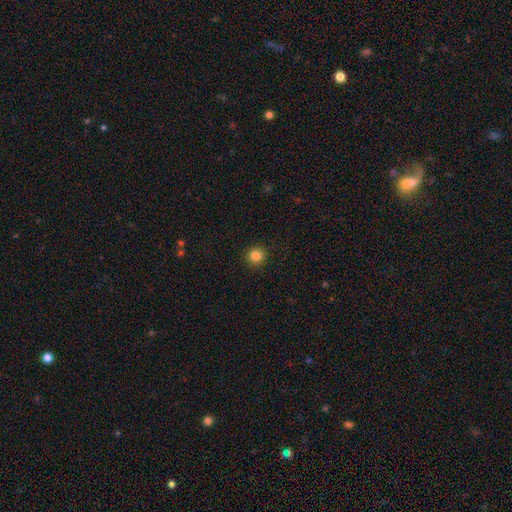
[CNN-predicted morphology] Q: Smooth or featured?
A: smooth (85%); runner-up: star or artifact (11%)
Q: How rounded?
A: round (93%); runner-up: in between (6%)
Q: Merging?
A: none (92%); runner-up: minor disturbance (6%)